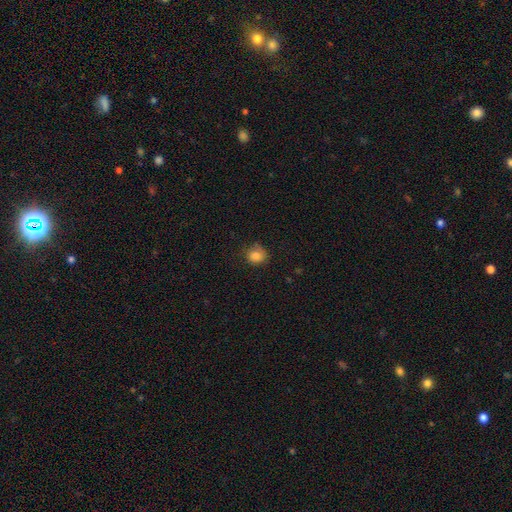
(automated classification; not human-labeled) This appears to be a smooth galaxy with no disk features (84%) that is round (78%). Merging: none (70%).